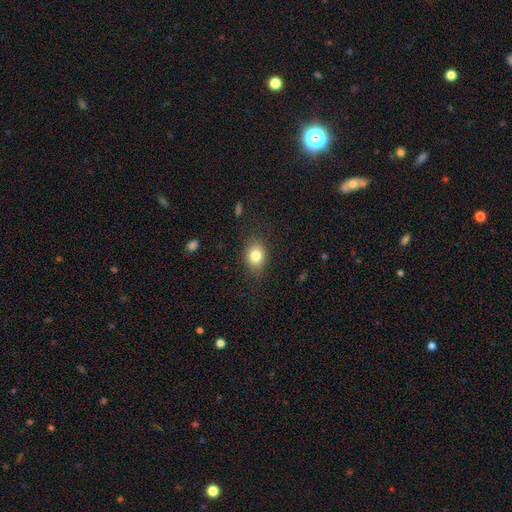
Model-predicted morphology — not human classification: A smooth galaxy with no disk features (80%) that is in between round and cigar-shaped (54%). Merging: none (81%).